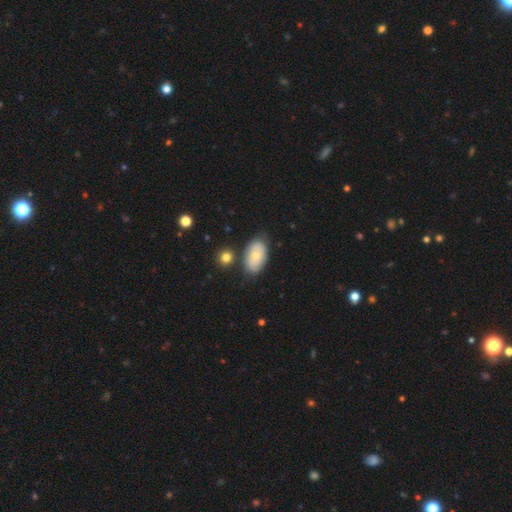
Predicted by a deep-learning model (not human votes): A smooth galaxy with no disk features (62%) that is in between round and cigar-shaped (91%).

Vote fractions:
- Smooth or featured? smooth: 62% / featured or disk: 31% / star or artifact: 7%
- How rounded? in between: 91% / round: 7% / cigar-shaped: 2%
- Merging? none: 72% / minor disturbance: 17% / merger: 7% / major disturbance: 4%